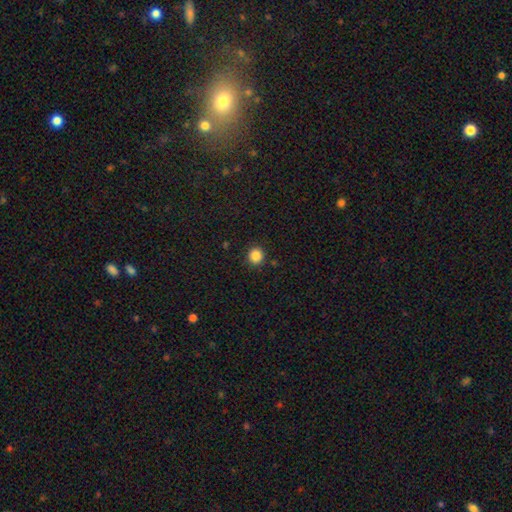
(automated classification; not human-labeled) Smooth or featured: smooth — 86% (star or artifact — 11%)
How rounded: round — 92% (in between — 7%)
Merging: none — 91% (minor disturbance — 5%)